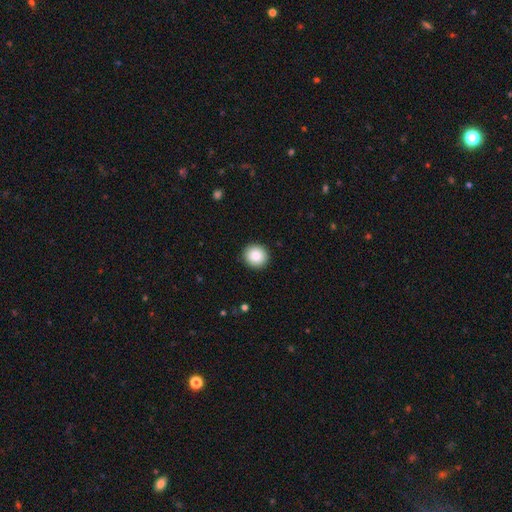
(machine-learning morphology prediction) A smooth galaxy with no disk features (87%) that is round (92%).

Vote fractions:
- Smooth or featured? smooth: 87% / star or artifact: 8% / featured or disk: 5%
- How rounded? round: 92% / in between: 8% / cigar-shaped: 1%
- Merging? none: 93% / minor disturbance: 5% / major disturbance: 2% / merger: 1%